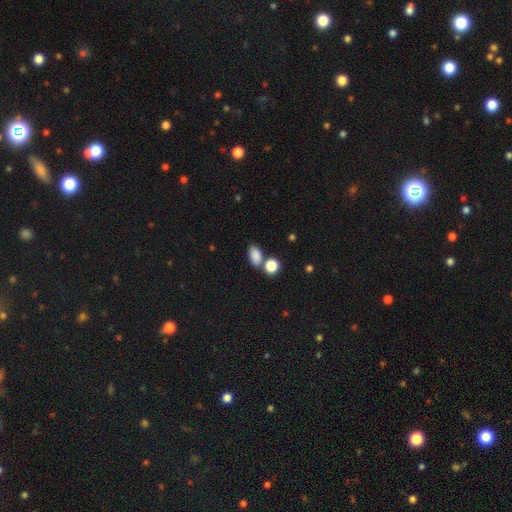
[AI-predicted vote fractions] smooth_or_featured: smooth (p=0.85) [alt: star or artifact p=0.09]
how_rounded: in between (p=0.86) [alt: round p=0.12]
merging: none (p=0.62) [alt: merger p=0.21]